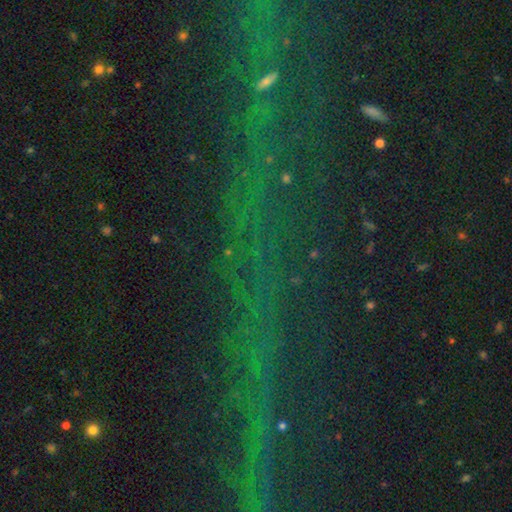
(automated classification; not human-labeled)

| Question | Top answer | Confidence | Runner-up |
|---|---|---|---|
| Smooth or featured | star or artifact | 76% | smooth (13%) |